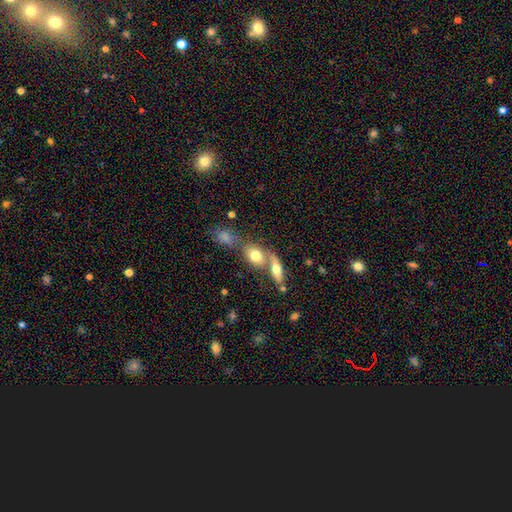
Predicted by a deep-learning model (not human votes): A smooth galaxy with no disk features (72%) that is in between round and cigar-shaped (69%). Merging: merger (53%).